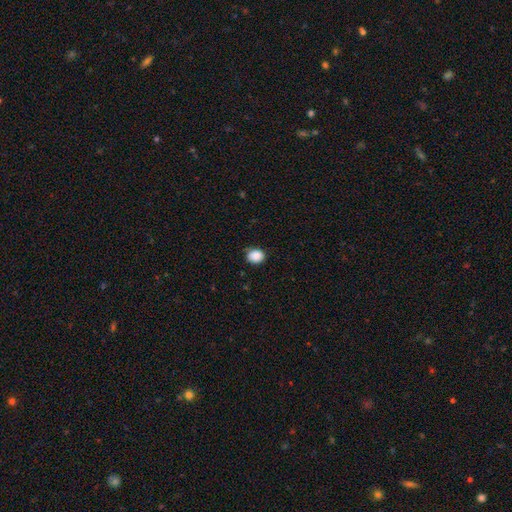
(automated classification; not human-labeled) The model was most divided on "how rounded": round: 61%, in between: 38%, cigar-shaped: 1%. More confident: smooth or featured — smooth (88%); merging — none (76%).